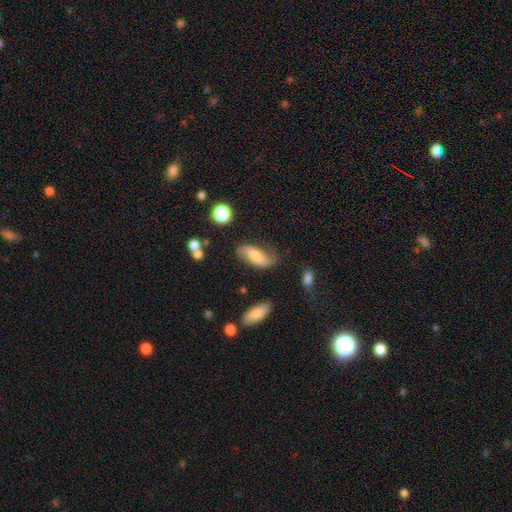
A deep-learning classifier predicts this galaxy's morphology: Overall: smooth (46%; featured or disk 45%). Merging: none (63%; minor disturbance 24%).